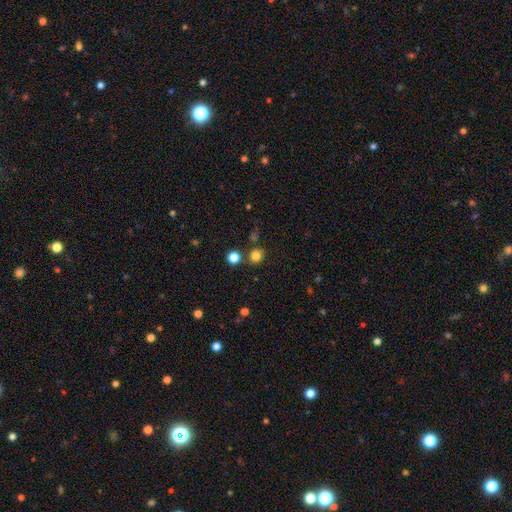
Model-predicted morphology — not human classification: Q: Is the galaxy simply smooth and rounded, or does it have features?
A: smooth — 80%.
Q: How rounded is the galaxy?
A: round — 87%.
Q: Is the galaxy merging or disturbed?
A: none — 81%.